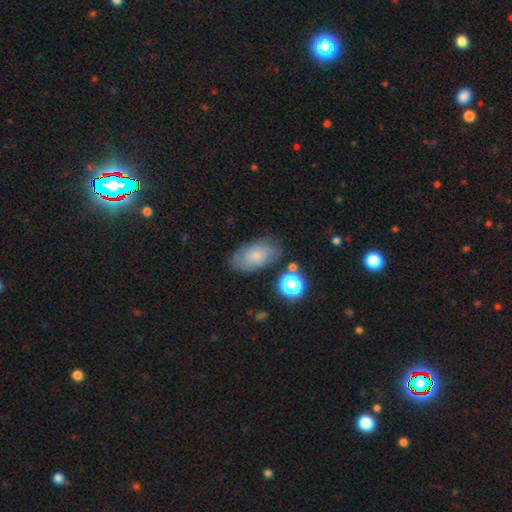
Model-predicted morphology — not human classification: type=smooth (64%); roundness=in between (91%); merging=none (70%).